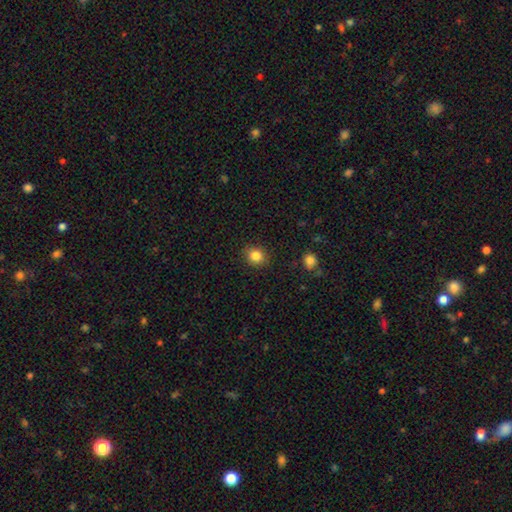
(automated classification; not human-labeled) Morphology: type=smooth (85%); roundness=round (79%); merging=none (88%).